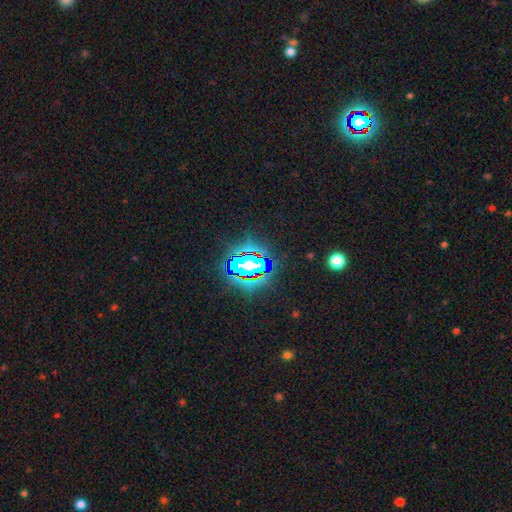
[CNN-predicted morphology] This is clearly a star or artifact rather than a galaxy (82%).